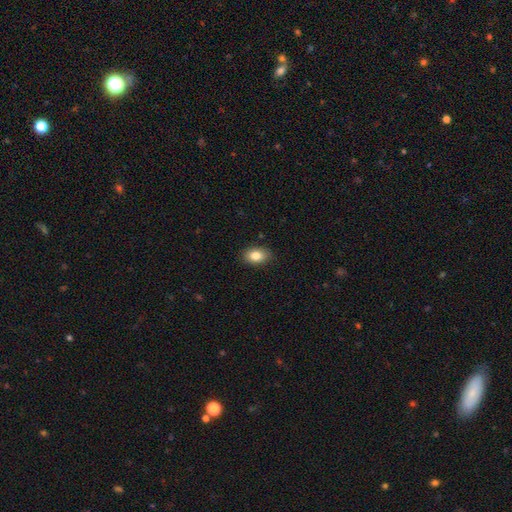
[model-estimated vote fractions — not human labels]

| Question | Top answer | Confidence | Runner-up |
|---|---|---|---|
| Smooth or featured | smooth | 85% | star or artifact (8%) |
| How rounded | in between | 86% | round (12%) |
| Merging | none | 87% | minor disturbance (10%) |